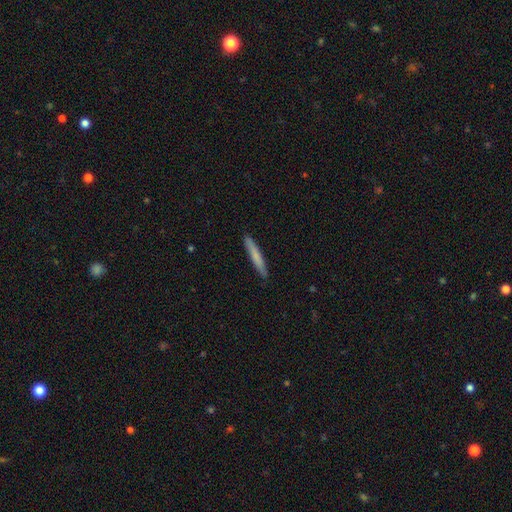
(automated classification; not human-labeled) smooth-or-featured: smooth: 71% | featured or disk: 24% | star or artifact: 6%
  how-rounded: cigar-shaped: 95% | in between: 4% | round: 1%
  merging: none: 90% | minor disturbance: 7% | major disturbance: 1% | merger: 1%